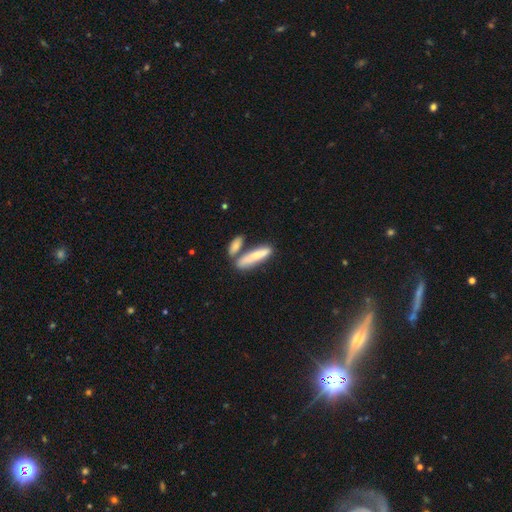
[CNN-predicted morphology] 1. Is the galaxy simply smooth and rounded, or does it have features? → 75% smooth, 19% featured or disk, 6% star or artifact.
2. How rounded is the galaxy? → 76% cigar-shaped, 22% in between, 2% round.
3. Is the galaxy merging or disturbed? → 50% none, 32% merger, 13% minor disturbance, 5% major disturbance.